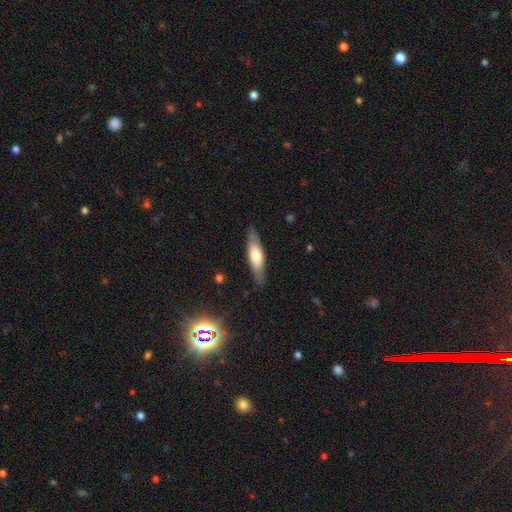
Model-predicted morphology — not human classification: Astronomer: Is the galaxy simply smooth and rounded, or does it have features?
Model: smooth — 57% (runner-up: featured or disk, 38%).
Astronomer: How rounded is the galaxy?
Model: cigar-shaped — 67%.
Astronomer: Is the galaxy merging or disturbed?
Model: none — 86%.